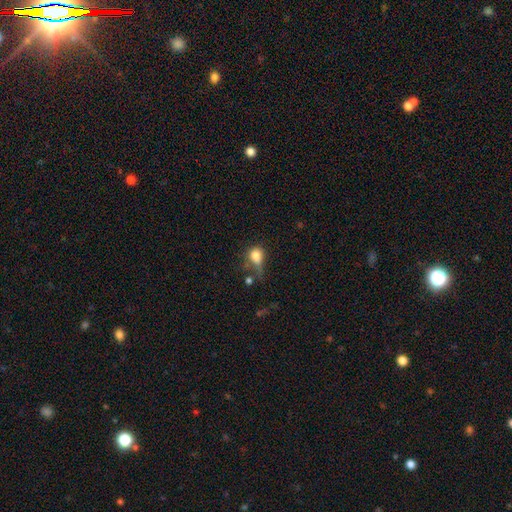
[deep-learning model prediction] Overall: smooth (76%). How rounded: round (55%; in between 43%). Merging: none (30%, tied with major disturbance).